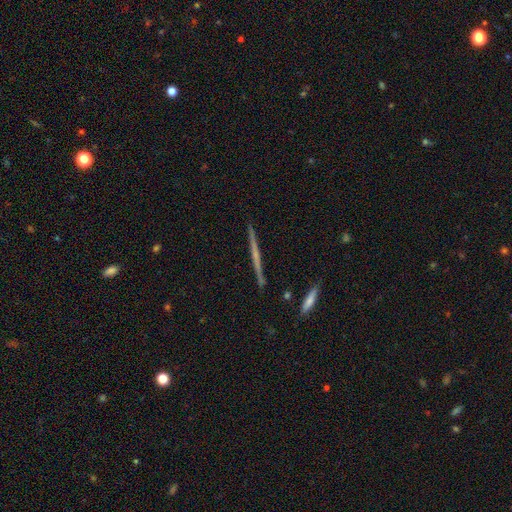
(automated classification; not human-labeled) The model was most divided on "smooth or featured": featured or disk: 66%, smooth: 27%, star or artifact: 7%. More confident: edge-on disk — yes (98%); merging — none (92%); edge-on bulge — none (69%).